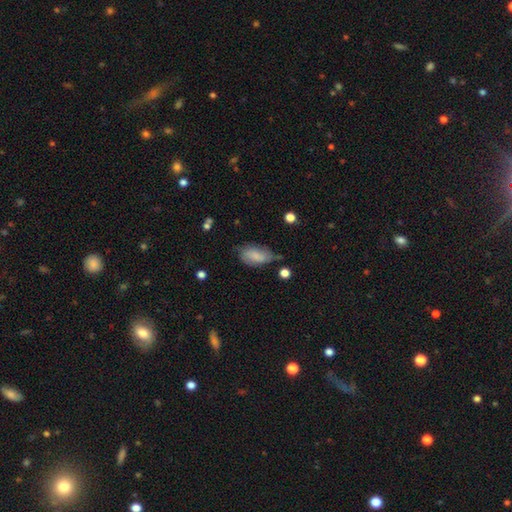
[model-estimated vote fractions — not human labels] A smooth galaxy with no disk features (75%) that is in between round and cigar-shaped (91%).

Vote fractions:
- Smooth or featured? smooth: 75% / featured or disk: 17% / star or artifact: 8%
- How rounded? in between: 91% / cigar-shaped: 5% / round: 4%
- Merging? none: 52% / minor disturbance: 35% / major disturbance: 10% / merger: 3%